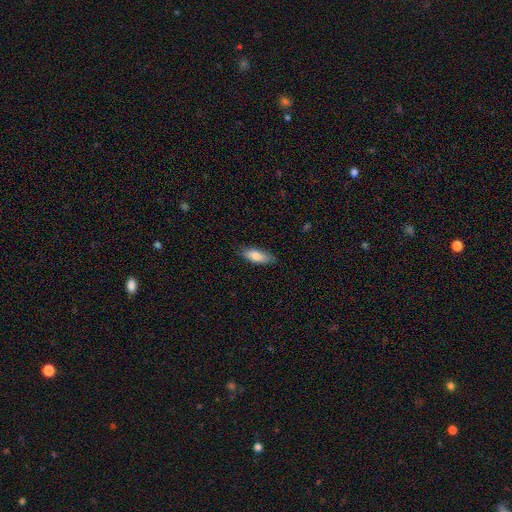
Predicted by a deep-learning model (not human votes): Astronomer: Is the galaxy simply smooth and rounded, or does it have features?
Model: smooth — 82%.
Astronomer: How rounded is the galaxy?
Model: in between — 71%.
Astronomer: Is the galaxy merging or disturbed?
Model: none — 81%.